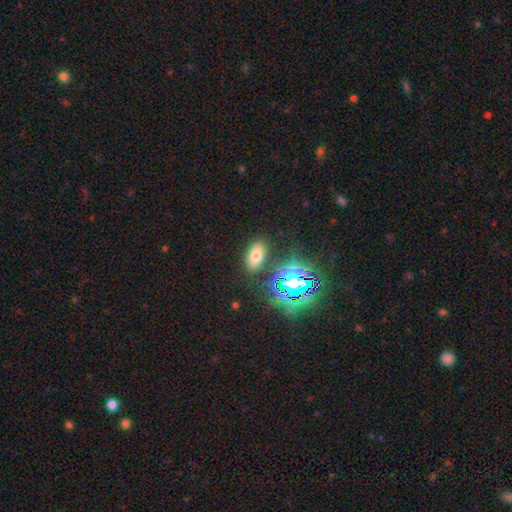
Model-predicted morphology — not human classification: The model was most divided on "smooth or featured": smooth: 61%, star or artifact: 27%, featured or disk: 12%. More confident: how rounded — in between (89%); merging — none (87%).